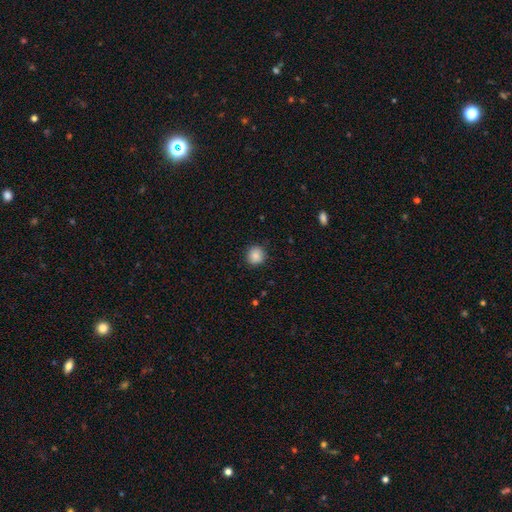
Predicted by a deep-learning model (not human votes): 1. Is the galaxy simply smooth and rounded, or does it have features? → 87% smooth, 9% star or artifact, 4% featured or disk.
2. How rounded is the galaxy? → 91% round, 8% in between, 1% cigar-shaped.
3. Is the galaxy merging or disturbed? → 88% none, 9% minor disturbance, 2% major disturbance, 1% merger.